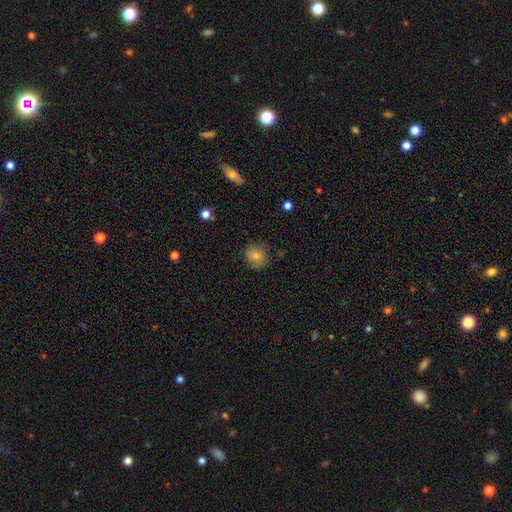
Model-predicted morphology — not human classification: type=smooth (65%); roundness=round (86%); merging=none (77%).